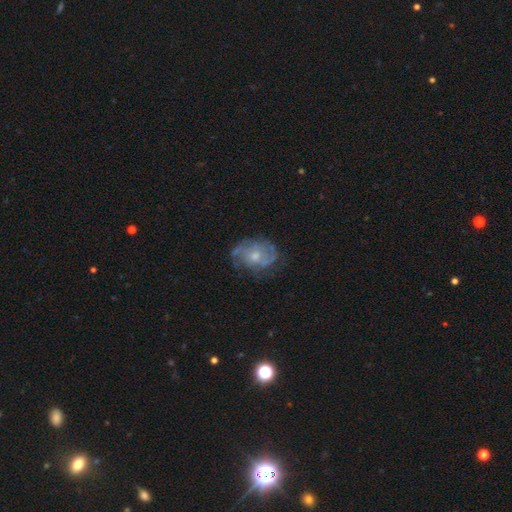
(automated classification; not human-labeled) A featured or disk galaxy (67%) with no bar (78%), spiral arms (76%) and a moderate central bulge (55%).

Vote fractions:
- Smooth or featured? featured or disk: 67% / smooth: 25% / star or artifact: 8%
- Edge-on disk? no: 97% / yes: 3%
- Bar? no: 78% / weak: 20% / strong: 3%
- Spiral arms? yes: 76% / no: 24%
- Bulge size? moderate: 55% / small: 37% / large: 3% / none: 3% / dominant: 1%
- Merging? none: 60% / minor disturbance: 25% / major disturbance: 13% / merger: 2%